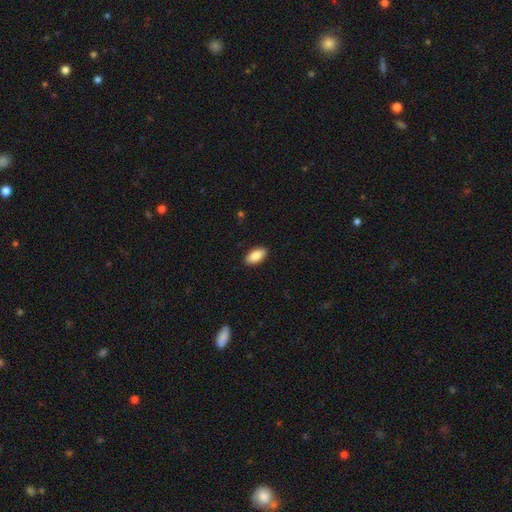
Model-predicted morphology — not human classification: The model was most divided on "smooth or featured": smooth: 86%, featured or disk: 7%, star or artifact: 6%. More confident: how rounded — in between (92%); merging — none (90%).